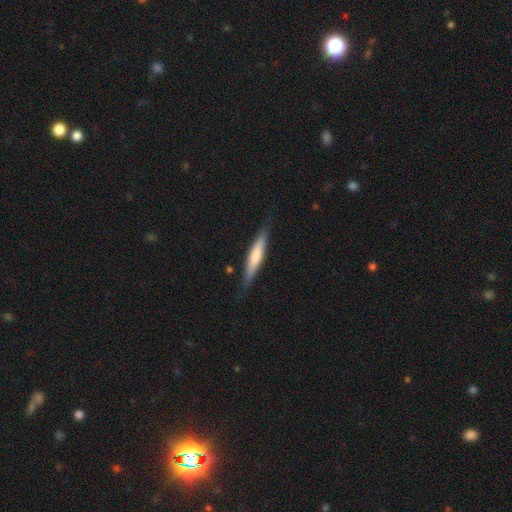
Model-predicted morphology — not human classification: Q: Smooth or featured?
A: smooth (61%); runner-up: featured or disk (34%)
Q: How rounded?
A: cigar-shaped (88%); runner-up: in between (11%)
Q: Merging?
A: none (83%); runner-up: minor disturbance (13%)